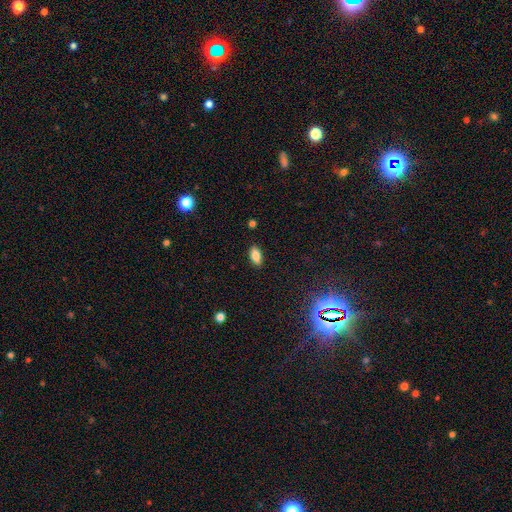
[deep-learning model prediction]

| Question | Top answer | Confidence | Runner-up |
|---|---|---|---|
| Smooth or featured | smooth | 83% | star or artifact (9%) |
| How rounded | in between | 89% | cigar-shaped (8%) |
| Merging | none | 88% | minor disturbance (9%) |